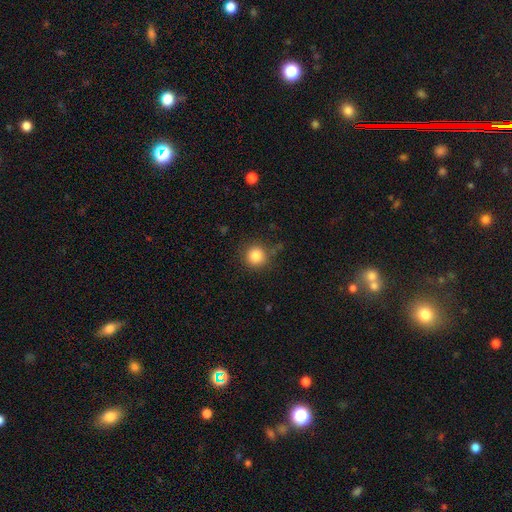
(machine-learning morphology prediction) A smooth galaxy with no disk features (85%) that is round (94%).

Vote fractions:
- Smooth or featured? smooth: 85% / star or artifact: 10% / featured or disk: 5%
- How rounded? round: 94% / in between: 5% / cigar-shaped: 1%
- Merging? none: 83% / minor disturbance: 11% / major disturbance: 4% / merger: 2%